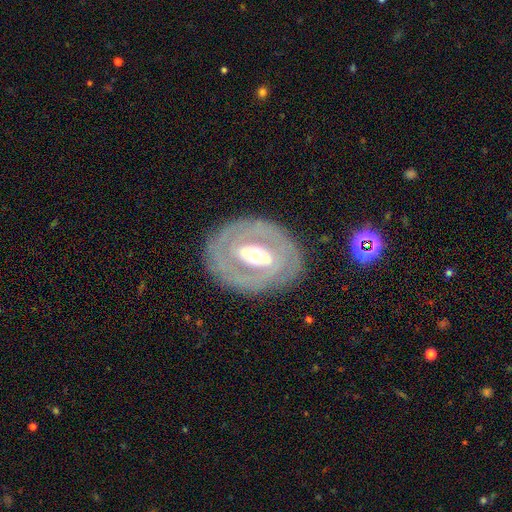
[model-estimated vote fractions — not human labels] Smooth or featured? featured or disk (77%)
Edge-on disk? no (94%)
Bar? weak (36%)
Spiral arms? yes (57%)
Bulge size? moderate (65%)
Merging? none (81%)